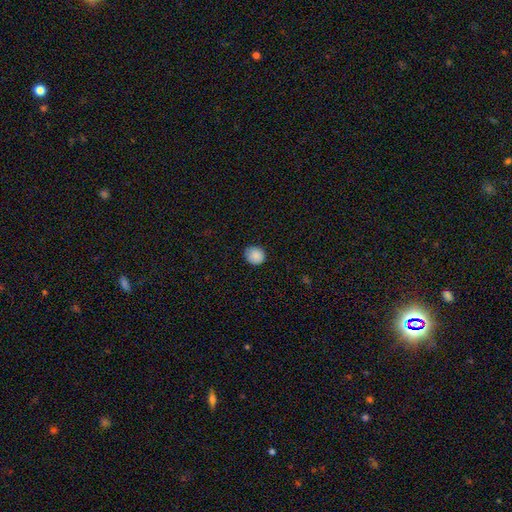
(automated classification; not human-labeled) Q: Smooth or featured?
A: smooth (88%); runner-up: star or artifact (8%)
Q: How rounded?
A: round (86%); runner-up: in between (13%)
Q: Merging?
A: none (86%); runner-up: minor disturbance (11%)